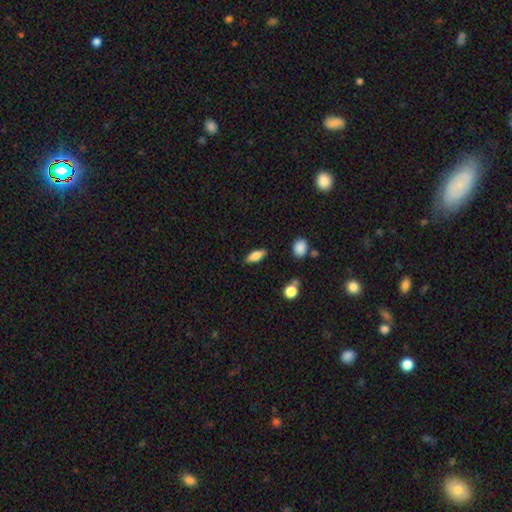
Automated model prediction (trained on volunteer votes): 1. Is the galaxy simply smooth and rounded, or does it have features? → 79% smooth, 13% featured or disk, 8% star or artifact.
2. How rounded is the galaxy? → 72% in between, 25% cigar-shaped, 3% round.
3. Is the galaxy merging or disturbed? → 85% none, 11% minor disturbance, 3% major disturbance, 2% merger.